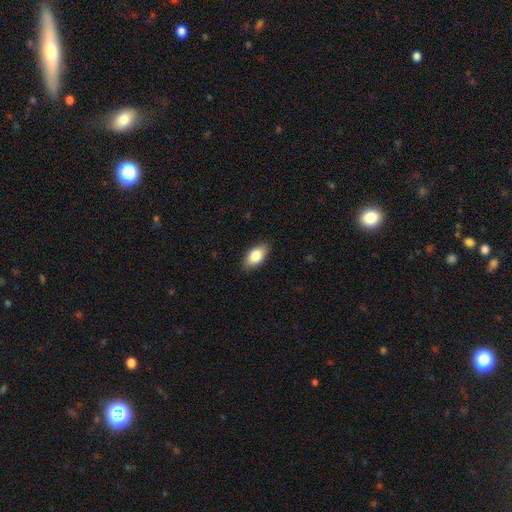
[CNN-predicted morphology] type=smooth (84%); roundness=in between (92%); merging=none (87%).